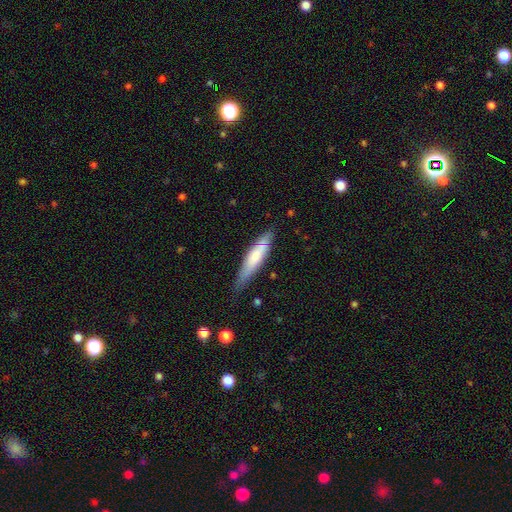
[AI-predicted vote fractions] The model was most divided on "smooth or featured": smooth: 62%, featured or disk: 32%, star or artifact: 6%. More confident: how rounded — cigar-shaped (81%); merging — none (69%).